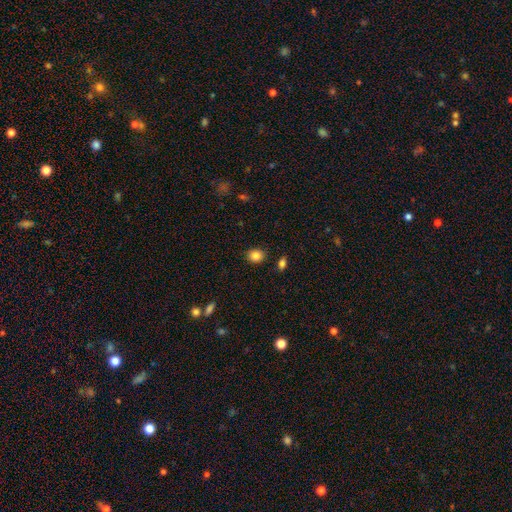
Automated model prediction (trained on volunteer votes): Morphology: type=smooth (85%); roundness=round (65%); merging=none (88%).